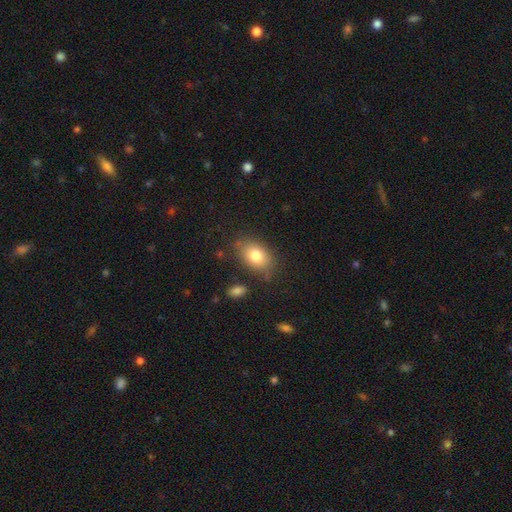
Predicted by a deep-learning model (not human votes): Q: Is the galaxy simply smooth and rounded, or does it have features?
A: smooth — 80%.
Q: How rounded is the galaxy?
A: in between — 83%.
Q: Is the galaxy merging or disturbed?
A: none — 77%.